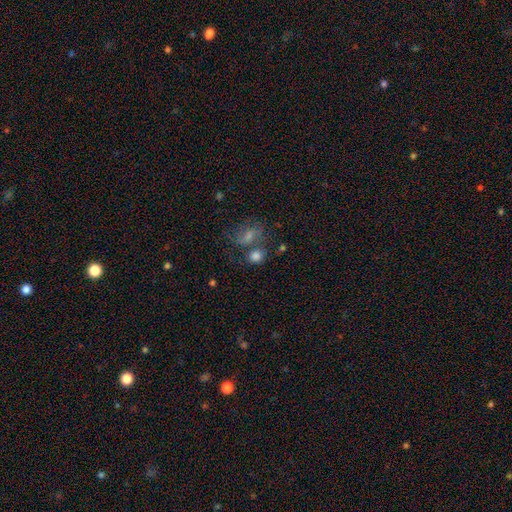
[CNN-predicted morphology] A smooth galaxy with no disk features (78%) that is round (69%). Merging: none (51%).